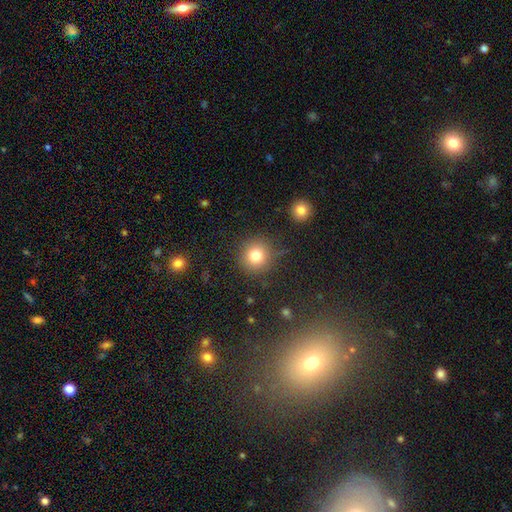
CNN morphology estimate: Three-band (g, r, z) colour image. It shows a smooth galaxy with no disk features (80%) that is round (93%). Merging: none (85%).